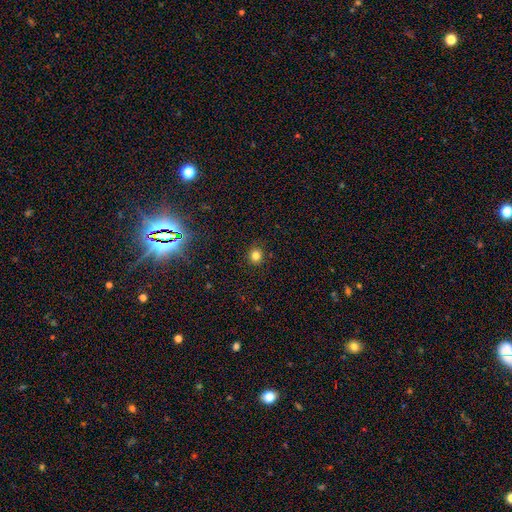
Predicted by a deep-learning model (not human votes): smooth-or-featured: smooth: 81% | star or artifact: 14% | featured or disk: 5%
  how-rounded: round: 88% | in between: 11% | cigar-shaped: 1%
  merging: none: 90% | minor disturbance: 7% | major disturbance: 2% | merger: 1%